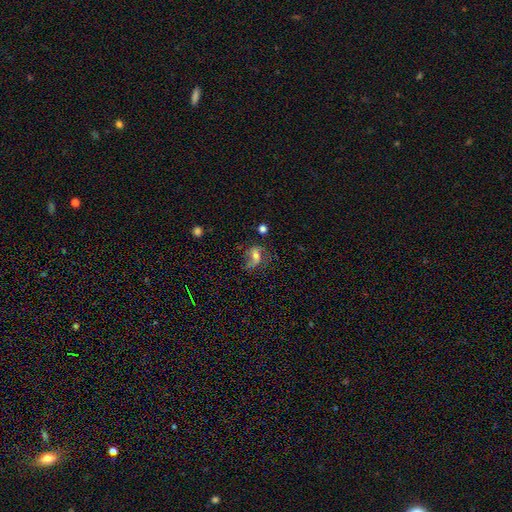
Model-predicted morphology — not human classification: smooth-or-featured: featured or disk: 49% | smooth: 39% | star or artifact: 12%
  merging: none: 47% | minor disturbance: 25% | major disturbance: 24% | merger: 4%